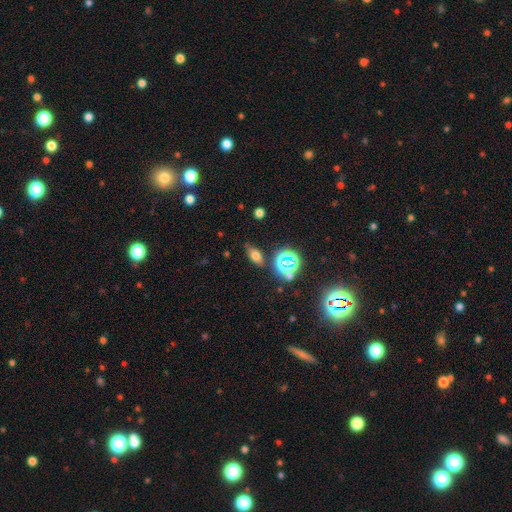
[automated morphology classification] smooth 61%, star or artifact 24%, featured or disk 15%. Down the decision tree: how rounded — in between (77%); merging — none (75%).